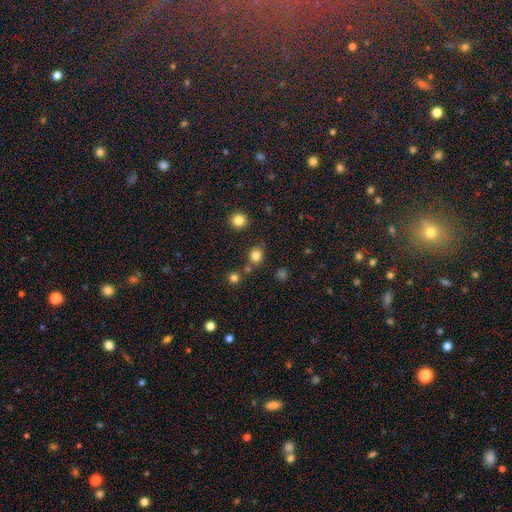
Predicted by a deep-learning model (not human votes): Q: Smooth or featured?
A: smooth (79%); runner-up: star or artifact (15%)
Q: How rounded?
A: round (82%); runner-up: in between (17%)
Q: Merging?
A: none (75%); runner-up: merger (12%)